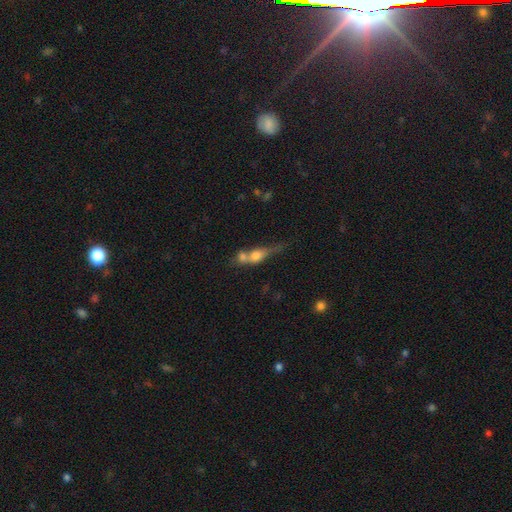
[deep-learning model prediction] A smooth galaxy with no disk features (55%) that is in between round and cigar-shaped (49%). Merging: merger (55%).